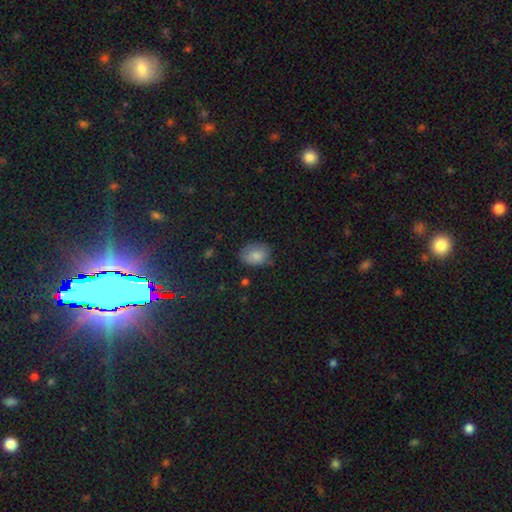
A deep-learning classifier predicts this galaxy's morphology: This is clearly a smooth galaxy (81%). How rounded: likely in between (68%). Merging: likely none (68%).